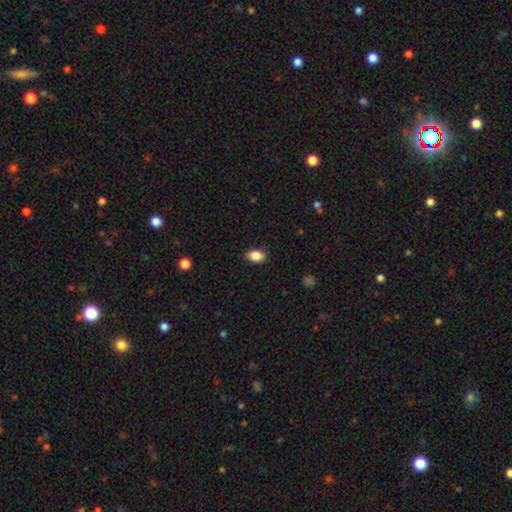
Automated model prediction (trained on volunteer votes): This is clearly a smooth galaxy (88%). How rounded: clearly in between (81%). Merging: clearly none (87%).